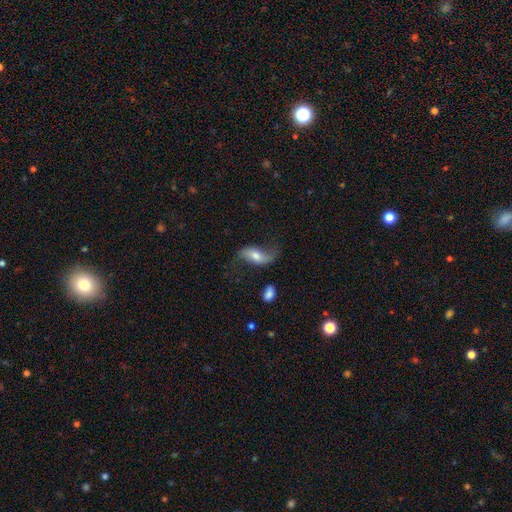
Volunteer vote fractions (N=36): A featured or disk galaxy (69%) with no bar (52%), 2 (100%) loose (100%) spiral arms (78%) and a moderate central bulge (70%).

Vote fractions:
- Smooth or featured? featured or disk: 69% / smooth: 28% / star or artifact: 3%
- Edge-on disk? no: 92% / yes: 8%
- Bar? no: 52% / weak: 39% / strong: 9%
- Spiral arms? yes: 78% / no: 22%
- Spiral winding? loose: 100% / tight: 0% / medium: 0%
- Spiral arm count? 2: 100% / 1: 0% / 3: 0% / 4: 0% / more than 4: 0% / can't tell: 0%
- Bulge size? moderate: 70% / small: 17% / large: 9% / none: 4% / dominant: 0%
- Merging? none: 57% / minor disturbance: 20% / major disturbance: 20% / merger: 3%